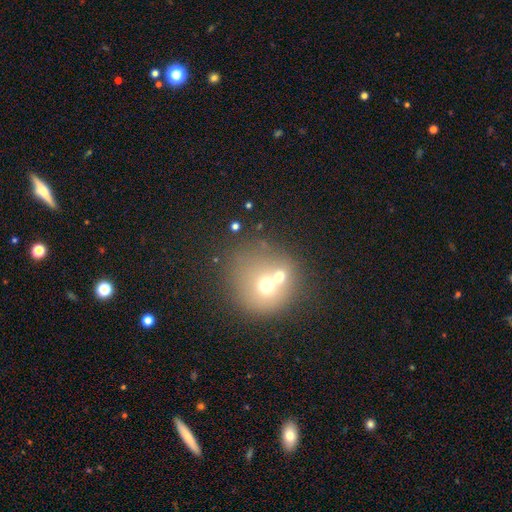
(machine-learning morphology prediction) Smooth or featured?
  - smooth: 52% *
  - star or artifact: 26%
  - featured or disk: 23%
How rounded?
  - round: 85% *
  - in between: 14%
  - cigar-shaped: 1%
Merging?
  - merger: 50% *
  - none: 36%
  - minor disturbance: 8%
  - major disturbance: 5%